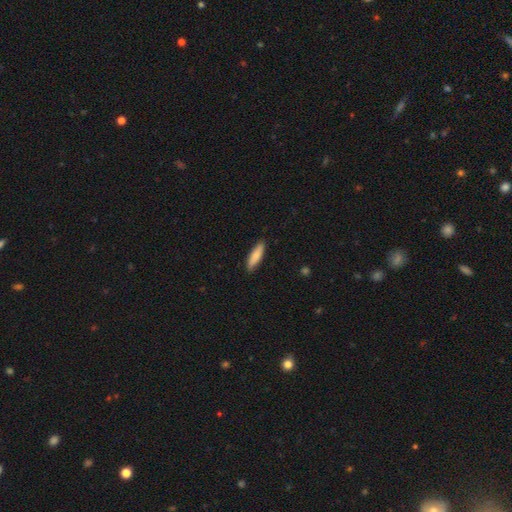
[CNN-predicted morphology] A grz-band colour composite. It shows a smooth galaxy with no disk features (82%) that is cigar-shaped (67%). Merging: none (89%).